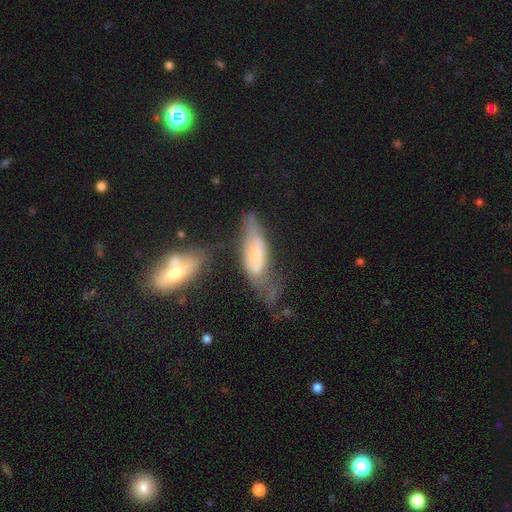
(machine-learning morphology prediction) Smooth or featured? smooth (46%, tied with featured or disk)
Merging? major disturbance (31%)